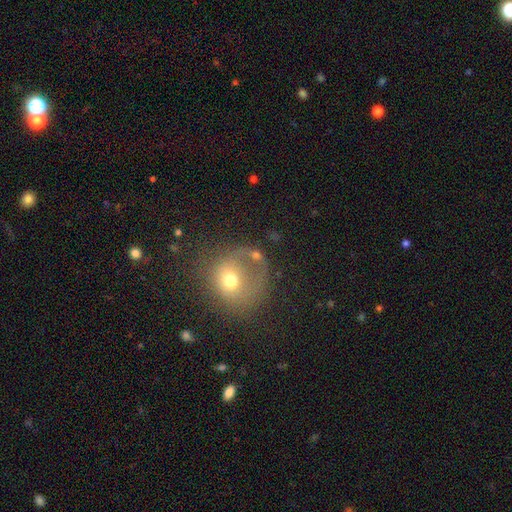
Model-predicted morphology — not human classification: smooth 53%, featured or disk 32%, star or artifact 16%. Down the decision tree: how rounded — round (74%); merging — major disturbance (37%).